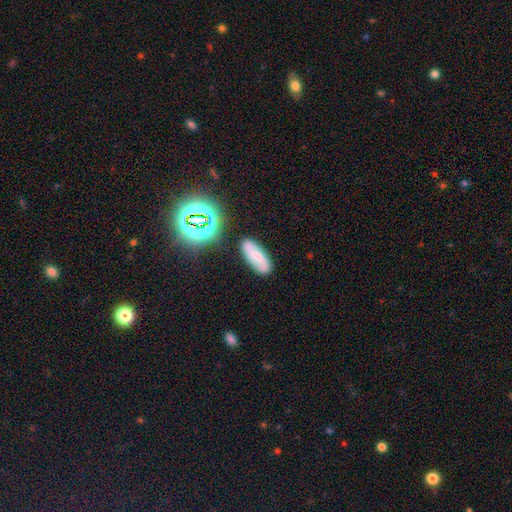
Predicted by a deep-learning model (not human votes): Smooth or featured: smooth — 49% (featured or disk — 38%)
Merging: none — 80% (minor disturbance — 13%)